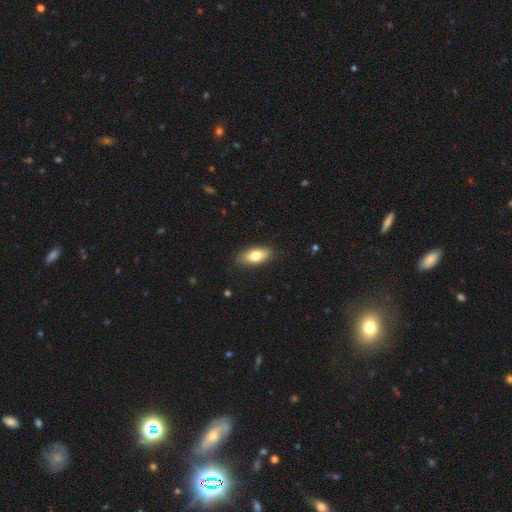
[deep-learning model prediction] This is likely a smooth galaxy (78%). How rounded: clearly in between (87%). Merging: clearly none (84%).